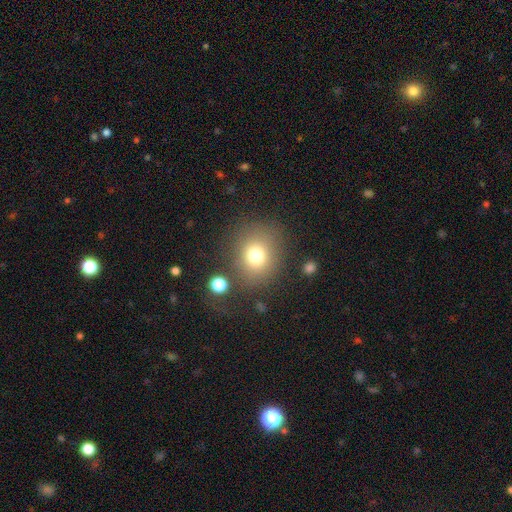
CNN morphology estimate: Smooth or featured? smooth (75%)
How rounded? round (76%)
Merging? none (77%)